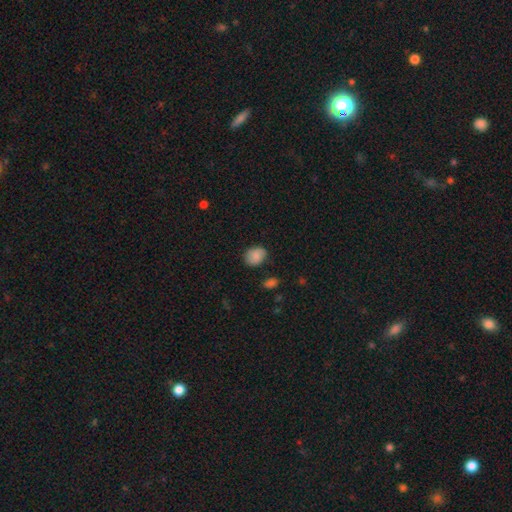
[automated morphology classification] Q: Smooth or featured?
A: smooth (83%); runner-up: featured or disk (9%)
Q: How rounded?
A: in between (60%); runner-up: round (39%)
Q: Merging?
A: none (76%); runner-up: minor disturbance (18%)